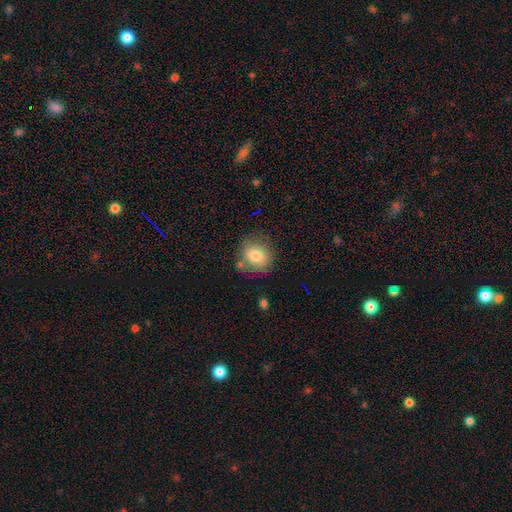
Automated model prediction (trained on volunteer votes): A smooth galaxy with no disk features (77%) that is round (75%). Merging: none (75%).